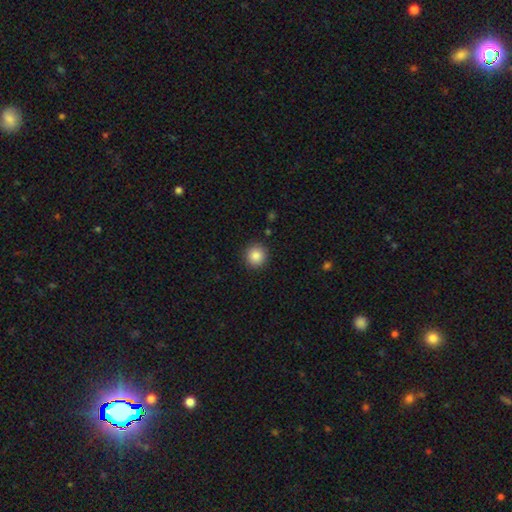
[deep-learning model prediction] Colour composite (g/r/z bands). It shows a smooth galaxy with no disk features (86%) that is round (93%). Merging: none (91%).